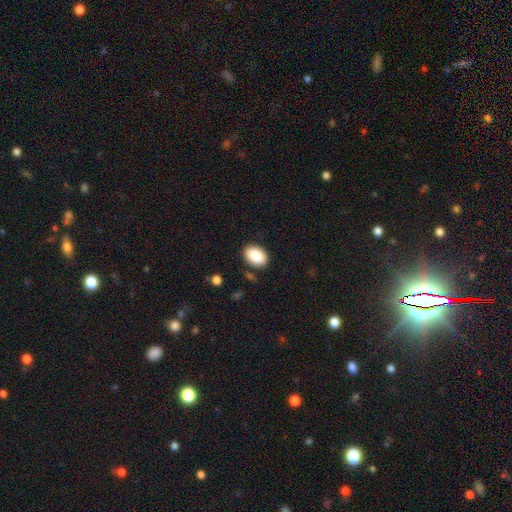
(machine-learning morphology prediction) Smooth or featured? Predicted: smooth (p=0.89). How rounded? Predicted: in between (p=0.88). Merging? Predicted: none (p=0.86).